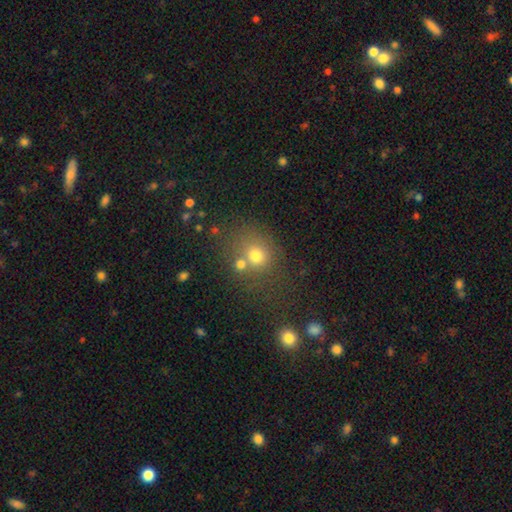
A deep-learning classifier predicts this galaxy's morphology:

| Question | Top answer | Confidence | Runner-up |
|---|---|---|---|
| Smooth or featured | smooth | 70% | star or artifact (17%) |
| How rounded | round | 77% | in between (22%) |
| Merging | none | 56% | merger (27%) |